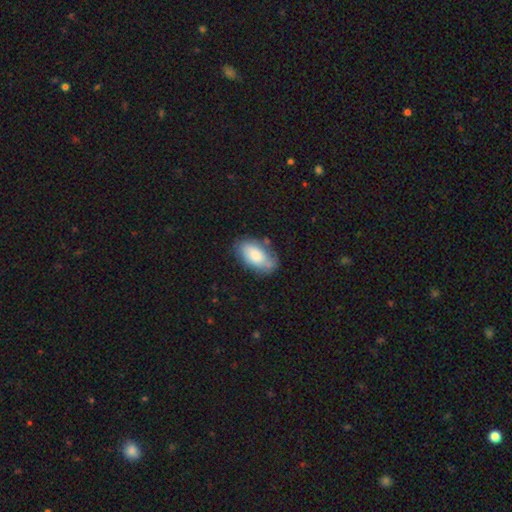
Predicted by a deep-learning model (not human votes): Q: Smooth or featured?
A: smooth (74%); runner-up: featured or disk (20%)
Q: How rounded?
A: in between (94%); runner-up: round (4%)
Q: Merging?
A: none (69%); runner-up: minor disturbance (22%)